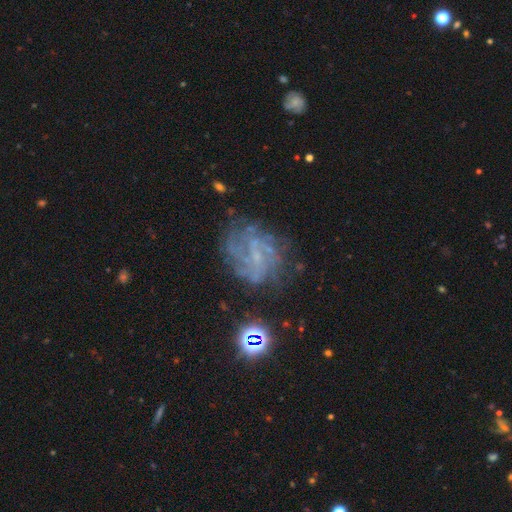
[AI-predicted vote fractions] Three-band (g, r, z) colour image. It shows a featured or disk galaxy (68%) with no bar (58%), tight (40%) spiral arms (76%) and a small central bulge (51%). Merging: none (61%).